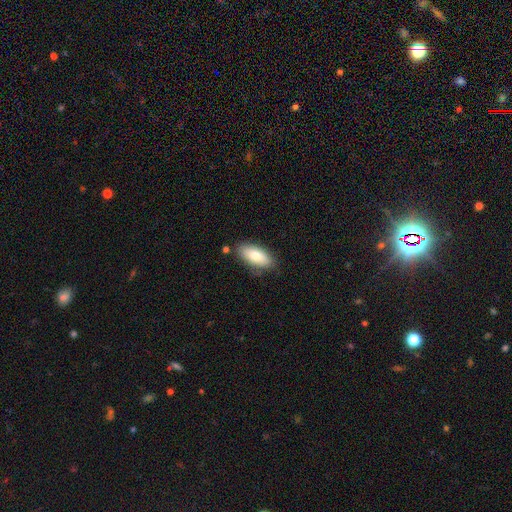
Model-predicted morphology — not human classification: smooth_or_featured: smooth (p=0.76) [alt: featured or disk p=0.17]
how_rounded: in between (p=0.88) [alt: cigar-shaped p=0.10]
merging: none (p=0.79) [alt: minor disturbance p=0.14]